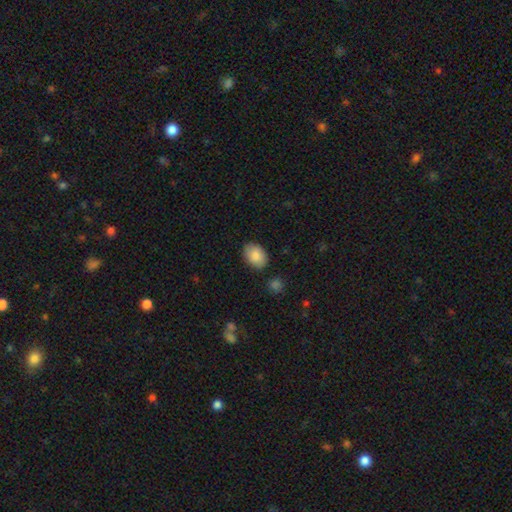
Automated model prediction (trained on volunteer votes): This is clearly a smooth galaxy (87%). How rounded: likely in between (79%). Merging: clearly none (82%).